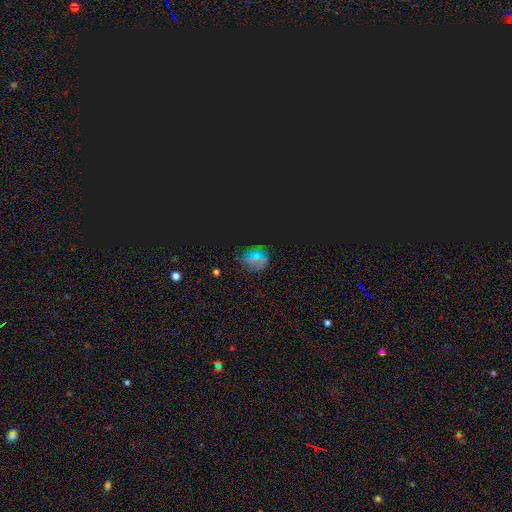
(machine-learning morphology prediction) smooth-or-featured: star or artifact: 62% | smooth: 29% | featured or disk: 9%